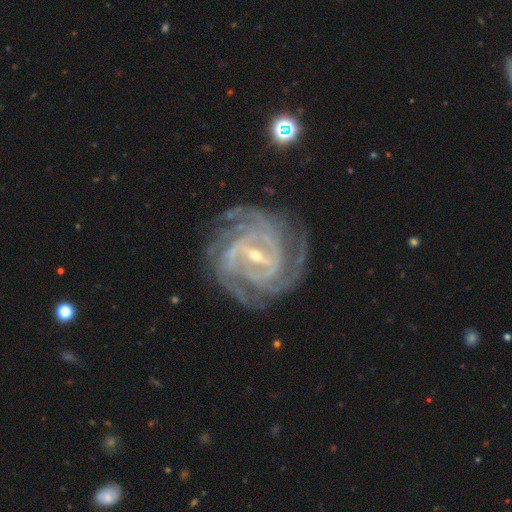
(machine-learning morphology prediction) Smooth or featured: featured or disk — 93% (star or artifact — 4%)
Edge-on disk: no — 97% (yes — 3%)
Bar: strong — 57% (weak — 34%)
Spiral arms: yes — 98% (no — 2%)
Spiral winding: tight — 70% (medium — 26%)
Spiral arm count: 4 — 28% (3 — 23%)
Bulge size: small — 71% (moderate — 26%)
Merging: none — 78% (minor disturbance — 14%)